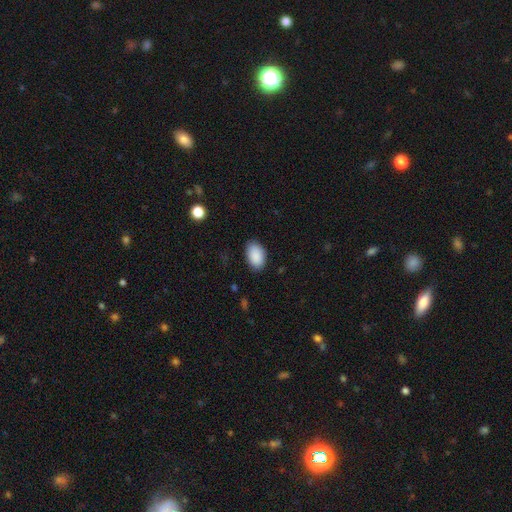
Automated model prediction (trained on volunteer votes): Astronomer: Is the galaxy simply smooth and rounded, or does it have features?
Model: smooth — 90%.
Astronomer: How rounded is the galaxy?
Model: in between — 92%.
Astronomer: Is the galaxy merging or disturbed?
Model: none — 84%.